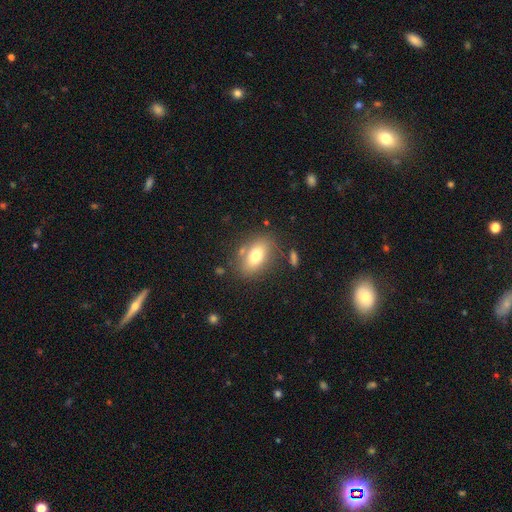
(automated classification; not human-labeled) This appears to be a smooth galaxy with no disk features (72%) that is in between round and cigar-shaped (84%). Merging: none (76%).